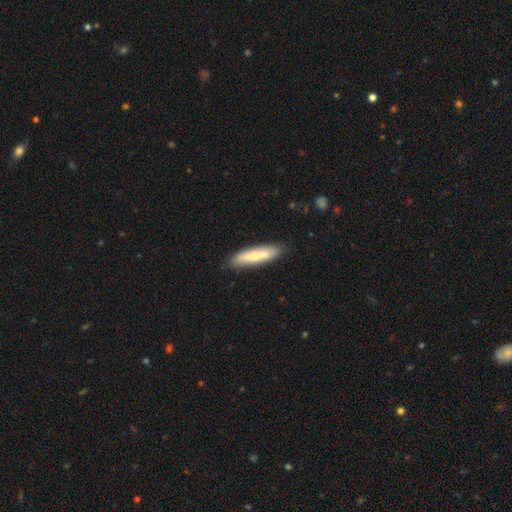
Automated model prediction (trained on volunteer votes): This is likely a smooth galaxy (63%). How rounded: likely cigar-shaped (70%). Merging: likely none (76%).